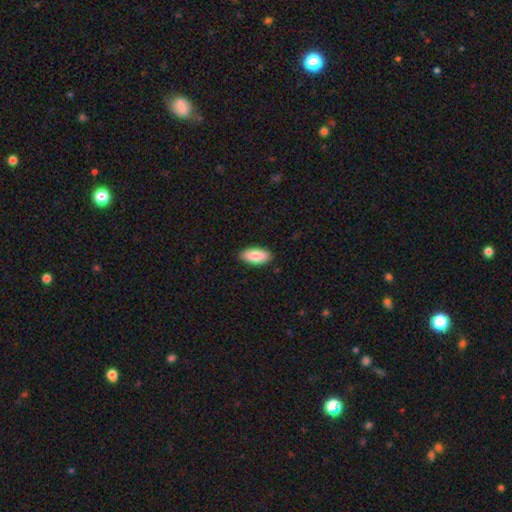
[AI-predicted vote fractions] Smooth or featured? Predicted: smooth (p=0.87). How rounded? Predicted: in between (p=0.91). Merging? Predicted: none (p=0.89).